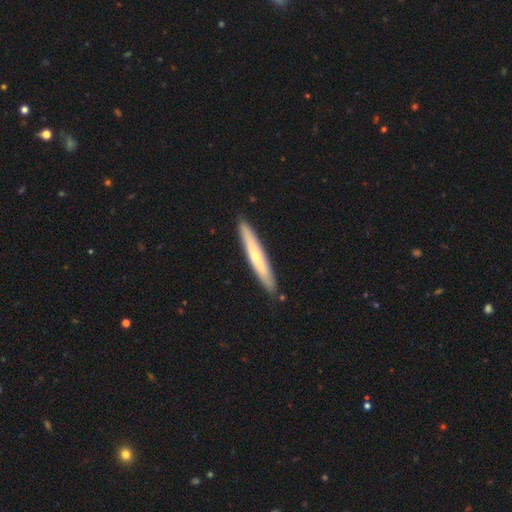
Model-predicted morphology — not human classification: Overall: featured or disk (48%; smooth 47%). Merging: none (90%).